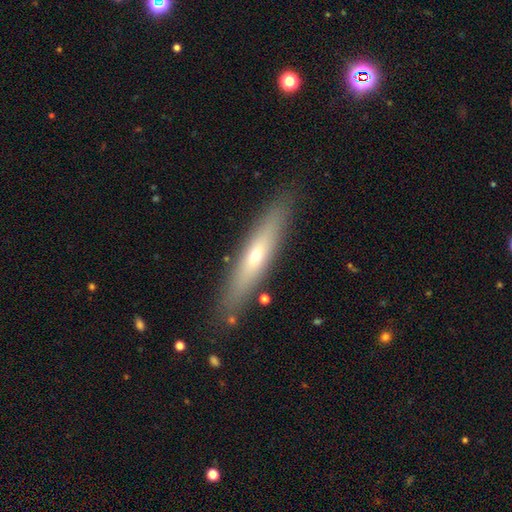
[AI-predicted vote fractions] Smooth or featured? Predicted: smooth (p=0.48). Merging? Predicted: none (p=0.85).